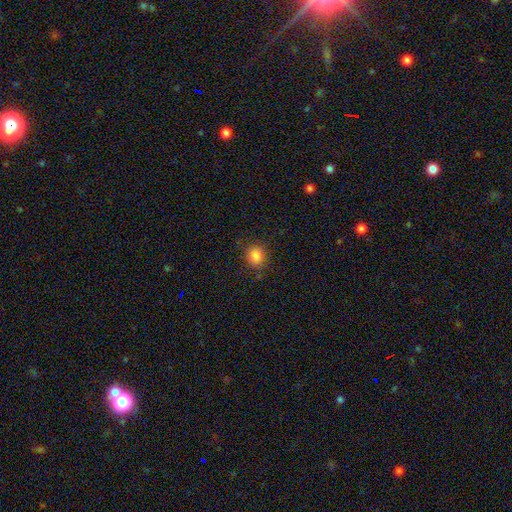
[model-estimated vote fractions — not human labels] smooth 85%, star or artifact 11%, featured or disk 4%. Down the decision tree: how rounded — round (81%); merging — none (84%).